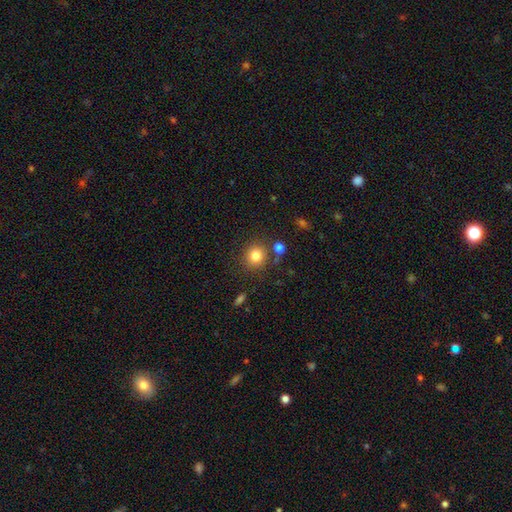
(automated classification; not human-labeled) Smooth or featured? Predicted: smooth (p=0.82). How rounded? Predicted: round (p=0.87). Merging? Predicted: none (p=0.81).